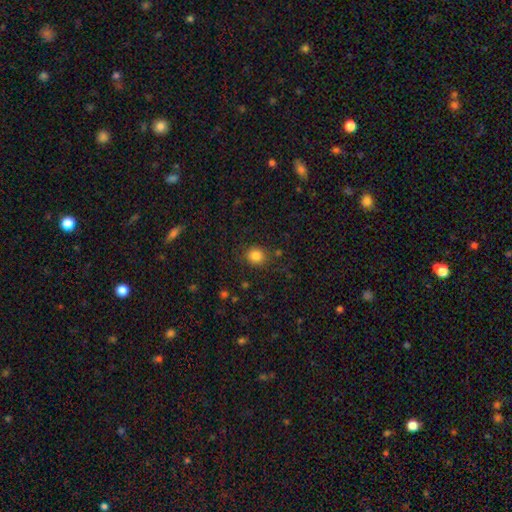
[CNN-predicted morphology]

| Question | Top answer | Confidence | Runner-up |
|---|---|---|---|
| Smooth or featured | smooth | 84% | star or artifact (12%) |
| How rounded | round | 83% | in between (16%) |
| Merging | none | 85% | minor disturbance (9%) |